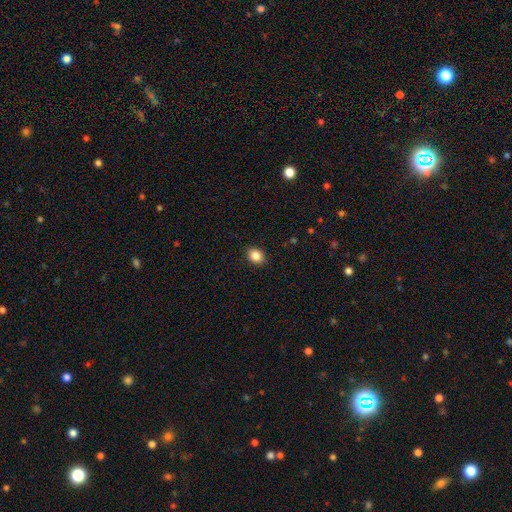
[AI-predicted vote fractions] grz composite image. It shows a smooth galaxy with no disk features (86%) that is in between round and cigar-shaped (62%). Merging: none (90%).